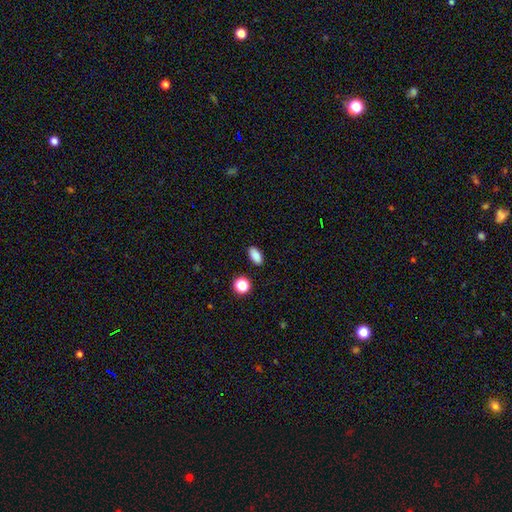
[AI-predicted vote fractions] This is clearly a smooth galaxy (86%). How rounded: clearly in between (87%). Merging: clearly none (88%).